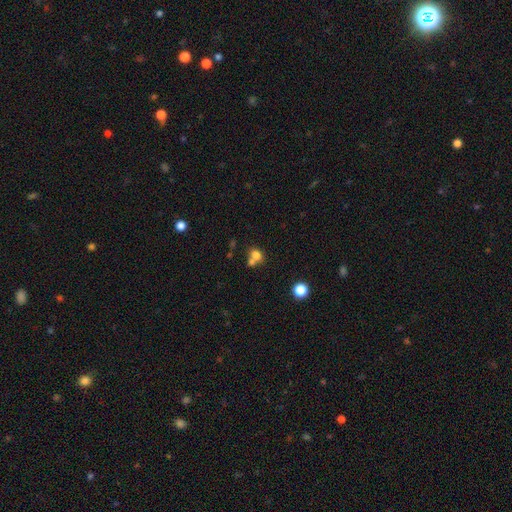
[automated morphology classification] smooth 75%, star or artifact 13%, featured or disk 11%. Down the decision tree: how rounded — round (58%); merging — merger (48%).